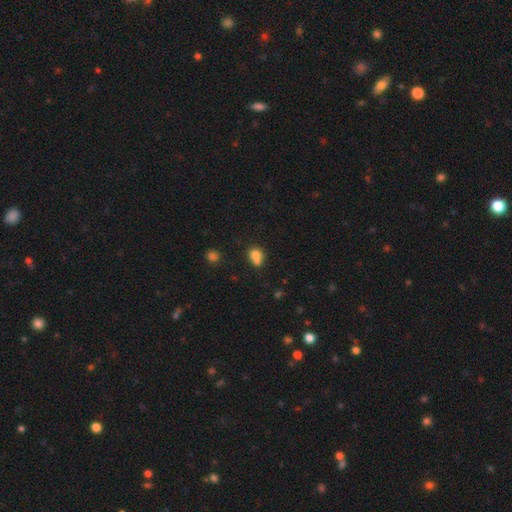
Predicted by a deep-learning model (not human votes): smooth 77%, featured or disk 12%, star or artifact 11%. Down the decision tree: how rounded — round (55%); merging — merger (40%).